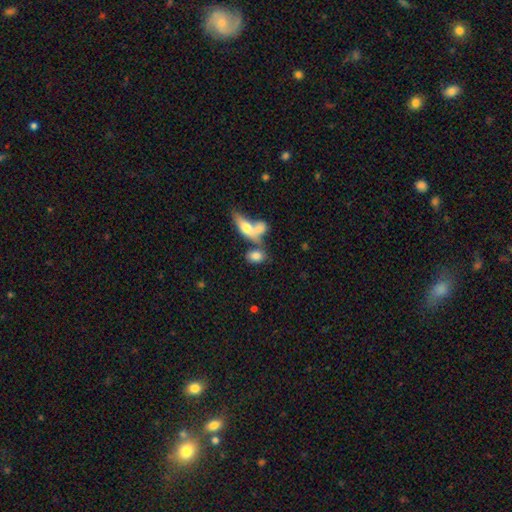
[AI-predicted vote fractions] Morphology: type=smooth (77%); roundness=in between (79%); merging=none (46%).